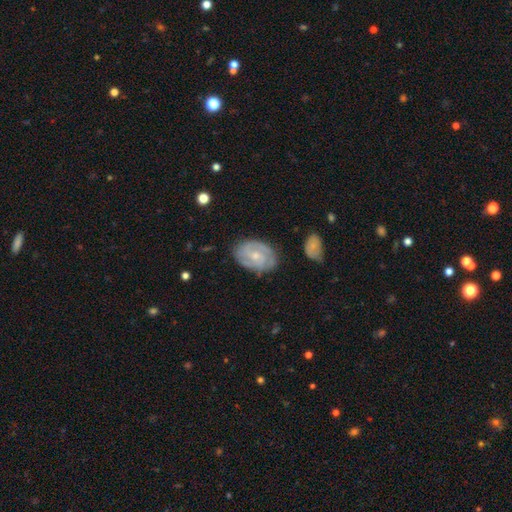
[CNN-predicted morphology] The model was most divided on "spiral winding": tight: 57%, medium: 34%, loose: 9%. More confident: edge-on disk — no (96%); spiral arms — yes (88%); merging — none (76%); smooth or featured — featured or disk (73%); bulge size — small (60%); bar — no (59%); spiral arm count — 2 (51%).